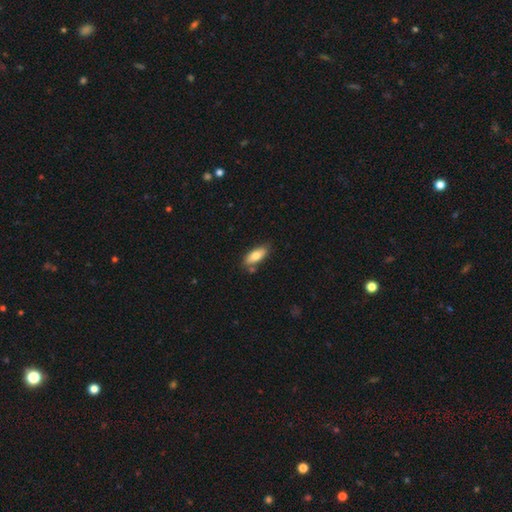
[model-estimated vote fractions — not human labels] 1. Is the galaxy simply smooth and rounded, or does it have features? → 76% smooth, 18% featured or disk, 6% star or artifact.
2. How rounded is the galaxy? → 79% in between, 18% cigar-shaped, 2% round.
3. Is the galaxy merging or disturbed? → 73% none, 16% minor disturbance, 8% merger, 3% major disturbance.